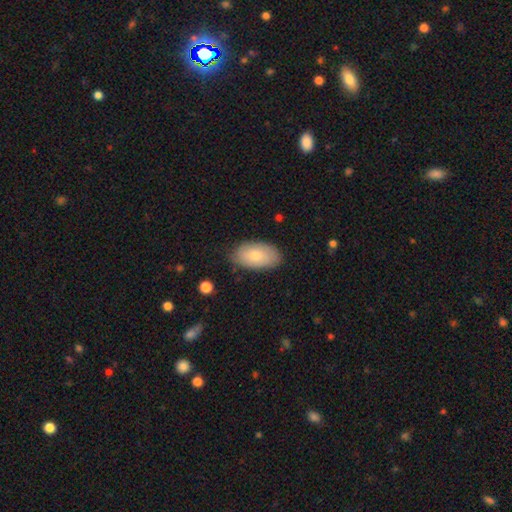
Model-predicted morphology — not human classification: Smooth or featured? Predicted: smooth (p=0.77). How rounded? Predicted: in between (p=0.94). Merging? Predicted: none (p=0.80).